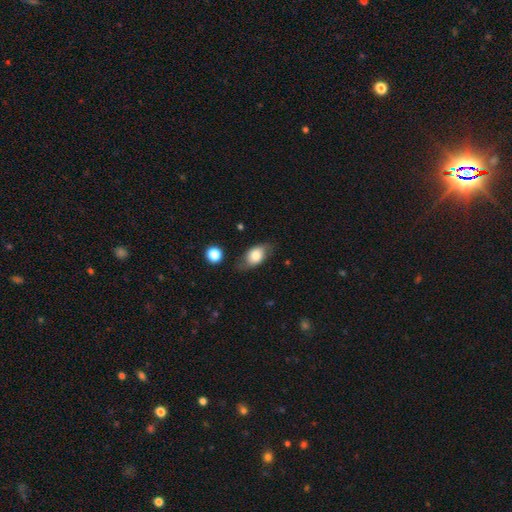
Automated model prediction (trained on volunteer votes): A smooth galaxy with no disk features (71%) that is in between round and cigar-shaped (81%).

Vote fractions:
- Smooth or featured? smooth: 71% / featured or disk: 21% / star or artifact: 8%
- How rounded? in between: 81% / round: 15% / cigar-shaped: 3%
- Merging? none: 67% / minor disturbance: 23% / major disturbance: 7% / merger: 3%